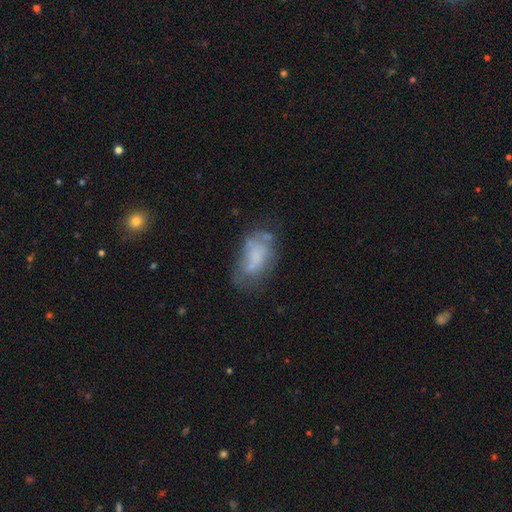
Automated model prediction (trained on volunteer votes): This appears to be a smooth galaxy with no disk features (48%). Merging: none (39%).